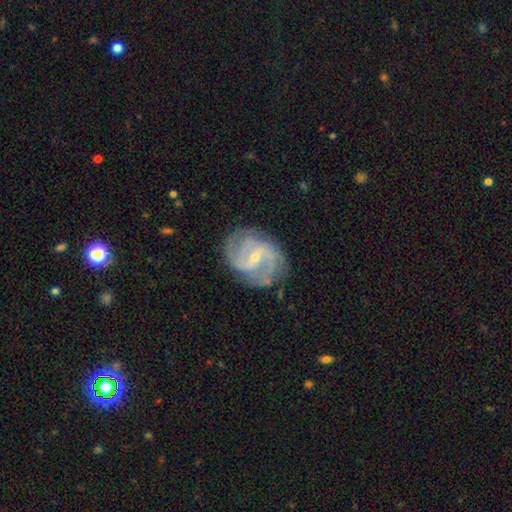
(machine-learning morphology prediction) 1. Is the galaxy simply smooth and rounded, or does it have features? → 89% featured or disk, 6% smooth, 5% star or artifact.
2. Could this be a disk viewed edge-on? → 98% no, 2% yes.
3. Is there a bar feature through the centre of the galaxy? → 52% weak, 30% strong, 18% no.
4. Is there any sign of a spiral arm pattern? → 97% yes, 3% no.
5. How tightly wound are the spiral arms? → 51% medium, 25% loose, 24% tight.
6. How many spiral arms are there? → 60% 2, 16% 3, 11% can't tell, 5% 4, 4% 1, 4% more than 4.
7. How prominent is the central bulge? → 71% small, 26% moderate, 2% none, 1% large, 1% dominant.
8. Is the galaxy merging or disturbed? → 77% none, 16% minor disturbance, 6% major disturbance, 1% merger.